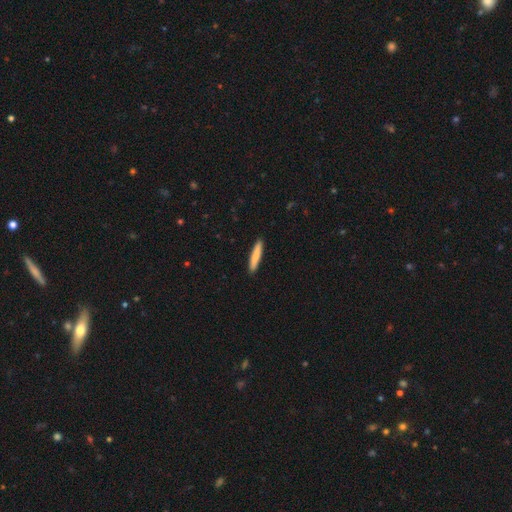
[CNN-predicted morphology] A smooth galaxy with no disk features (82%) that is cigar-shaped (93%).

Vote fractions:
- Smooth or featured? smooth: 82% / featured or disk: 12% / star or artifact: 5%
- How rounded? cigar-shaped: 93% / in between: 5% / round: 1%
- Merging? none: 92% / minor disturbance: 6% / major disturbance: 1% / merger: 1%